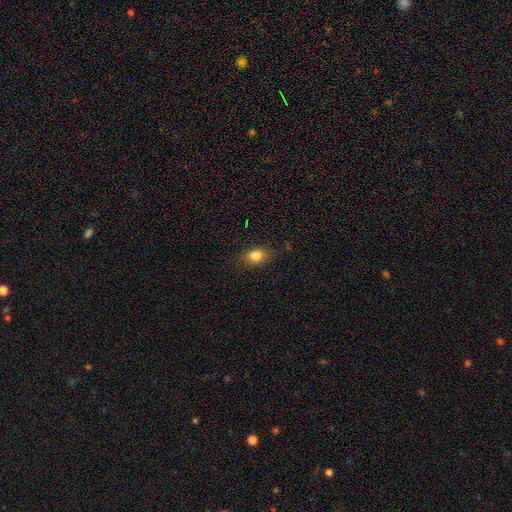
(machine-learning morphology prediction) Q: Smooth or featured?
A: smooth (82%); runner-up: star or artifact (10%)
Q: How rounded?
A: in between (71%); runner-up: round (27%)
Q: Merging?
A: none (82%); runner-up: minor disturbance (14%)